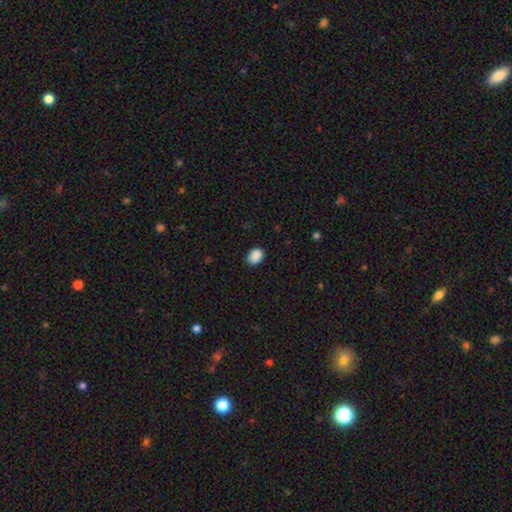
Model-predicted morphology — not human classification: type=smooth (90%); roundness=in between (72%); merging=none (87%).